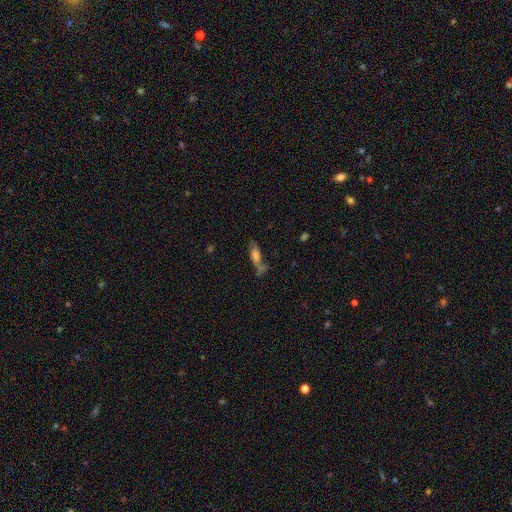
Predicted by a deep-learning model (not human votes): A smooth galaxy with no disk features (48%).

Vote fractions:
- Smooth or featured? smooth: 48% / featured or disk: 40% / star or artifact: 12%
- Merging? none: 47% / minor disturbance: 22% / merger: 16% / major disturbance: 15%